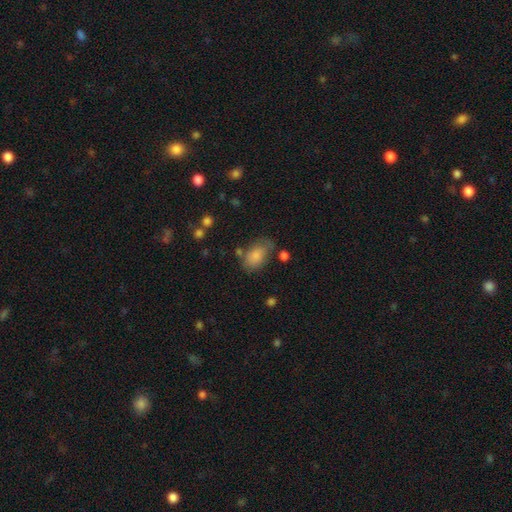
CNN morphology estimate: type=smooth (82%); roundness=in between (88%); merging=none (50%).